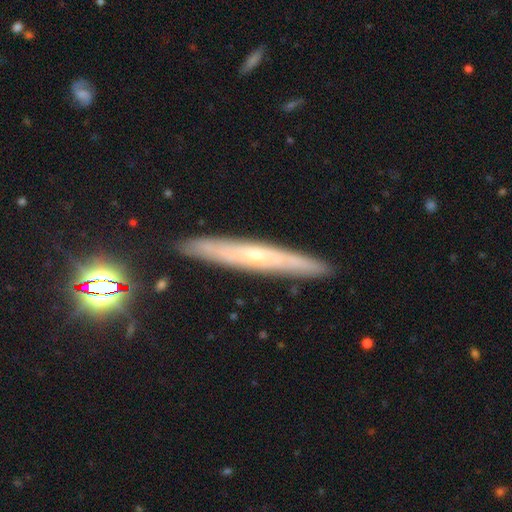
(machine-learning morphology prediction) Smooth or featured? Predicted: featured or disk (p=0.62). Edge-on disk? Predicted: yes (p=0.87). Edge-on bulge? Predicted: rounded (p=0.52). Merging? Predicted: none (p=0.89).